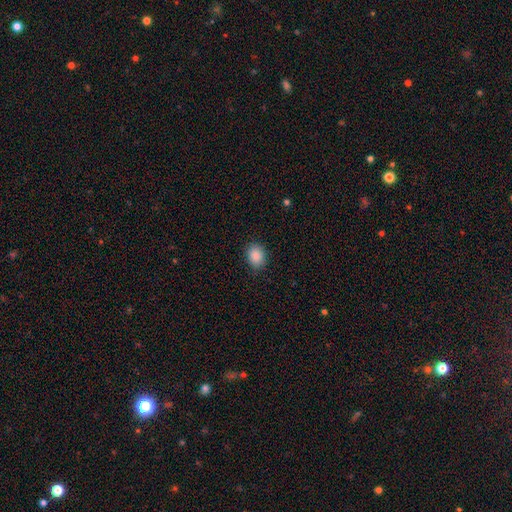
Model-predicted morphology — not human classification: Smooth or featured?
  - smooth: 88% *
  - star or artifact: 8%
  - featured or disk: 3%
How rounded?
  - in between: 55% *
  - round: 45%
  - cigar-shaped: 1%
Merging?
  - none: 87% *
  - minor disturbance: 10%
  - major disturbance: 3%
  - merger: 1%